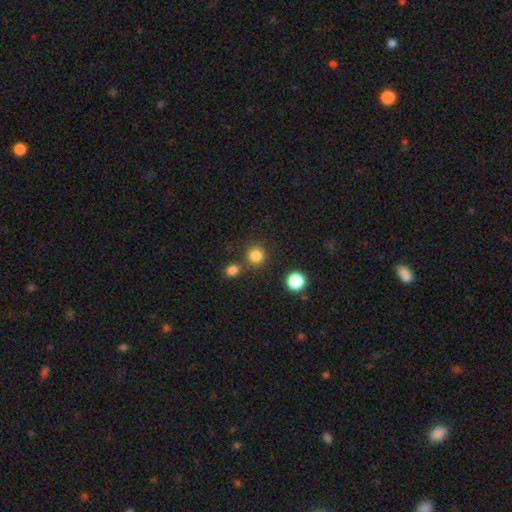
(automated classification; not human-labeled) smooth 83%, star or artifact 13%, featured or disk 4%. Down the decision tree: how rounded — round (90%); merging — none (79%).